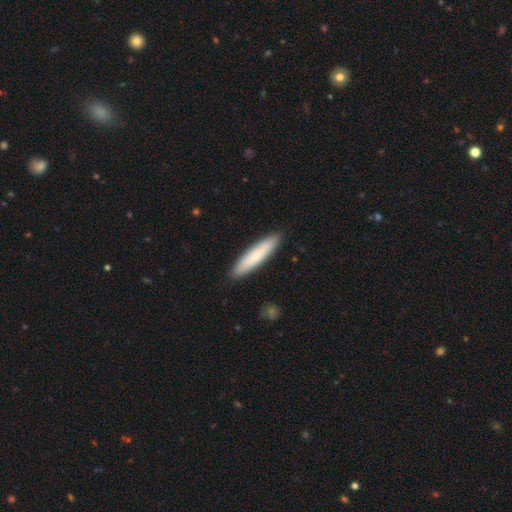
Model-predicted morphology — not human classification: Smooth or featured? Predicted: smooth (p=0.77). How rounded? Predicted: cigar-shaped (p=0.86). Merging? Predicted: none (p=0.90).